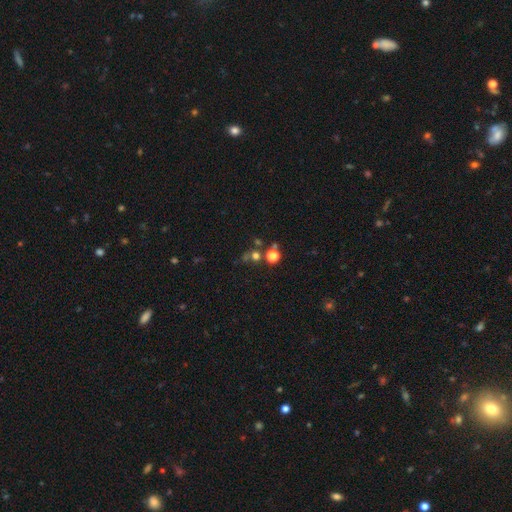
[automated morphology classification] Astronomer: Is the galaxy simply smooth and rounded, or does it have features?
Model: smooth — 56% (runner-up: star or artifact, 34%).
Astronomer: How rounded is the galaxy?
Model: round — 90%.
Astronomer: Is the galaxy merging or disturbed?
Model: none — 62%.